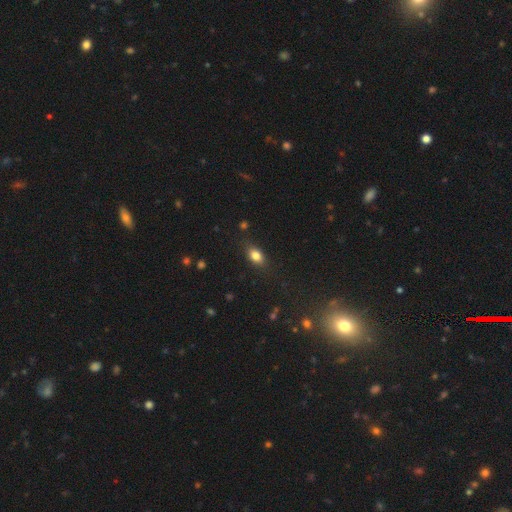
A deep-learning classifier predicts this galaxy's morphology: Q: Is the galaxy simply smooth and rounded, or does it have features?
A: smooth — 81%.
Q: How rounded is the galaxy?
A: in between — 80%.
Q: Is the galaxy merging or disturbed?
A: none — 80%.